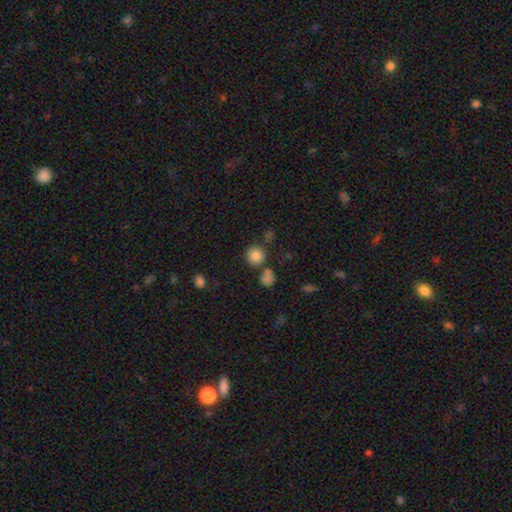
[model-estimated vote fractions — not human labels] Q: Smooth or featured?
A: smooth (83%); runner-up: star or artifact (12%)
Q: How rounded?
A: round (90%); runner-up: in between (9%)
Q: Merging?
A: none (71%); runner-up: merger (16%)